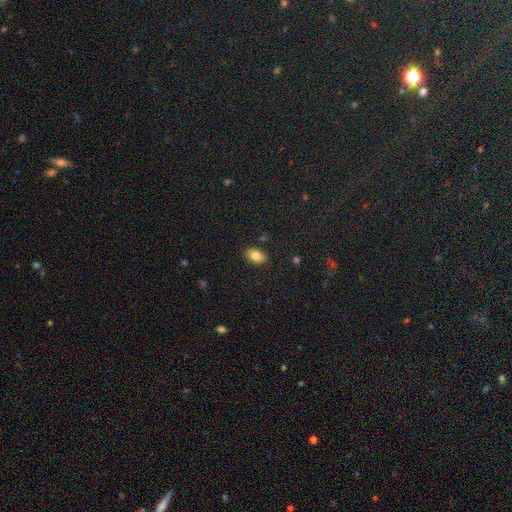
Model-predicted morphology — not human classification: The model was most divided on "smooth or featured": smooth: 80%, featured or disk: 11%, star or artifact: 8%. More confident: how rounded — in between (88%); merging — none (87%).